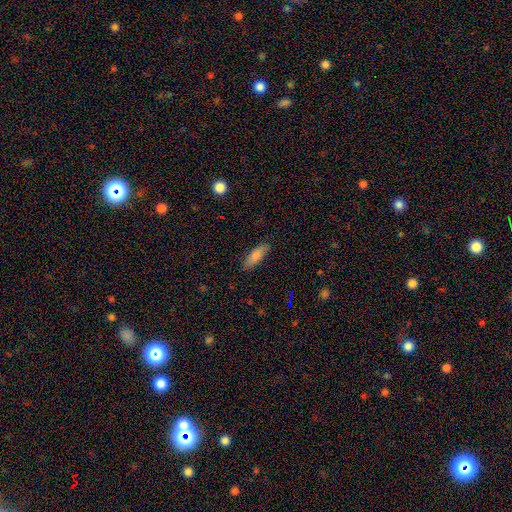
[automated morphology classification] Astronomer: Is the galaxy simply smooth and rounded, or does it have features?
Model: smooth — 83%.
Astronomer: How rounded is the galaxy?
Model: in between — 66%.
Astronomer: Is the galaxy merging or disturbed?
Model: none — 85%.